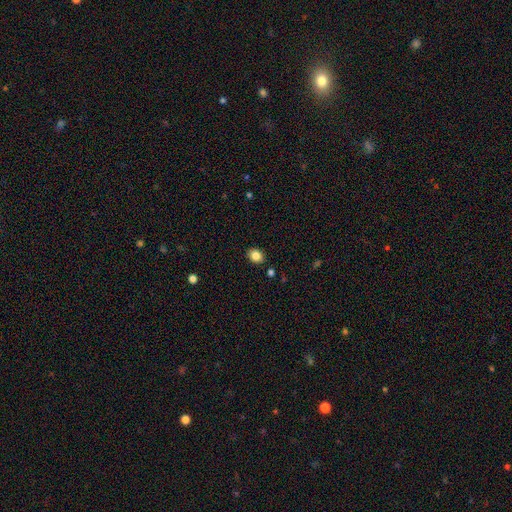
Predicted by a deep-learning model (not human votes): Smooth or featured? Predicted: smooth (p=0.85). How rounded? Predicted: in between (p=0.59). Merging? Predicted: none (p=0.89).